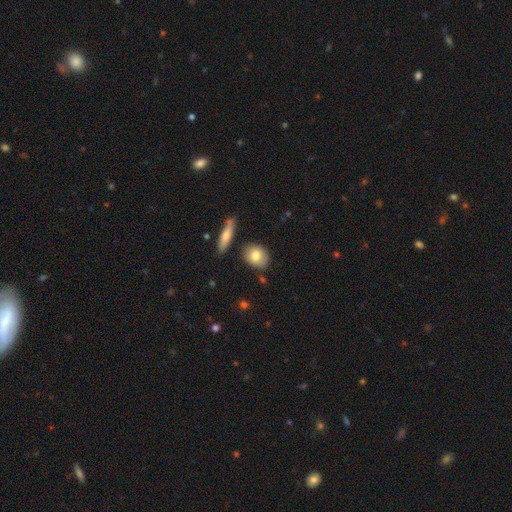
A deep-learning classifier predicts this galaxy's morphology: This appears to be a smooth galaxy with no disk features (78%) that is in between round and cigar-shaped (50%). Merging: none (82%).